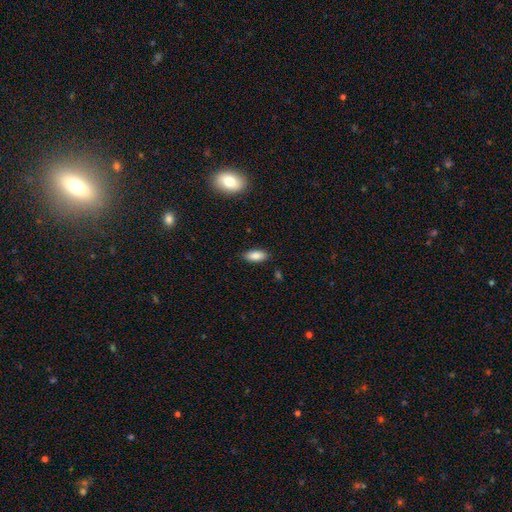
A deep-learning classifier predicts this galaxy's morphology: smooth 86%, star or artifact 7%, featured or disk 7%. Down the decision tree: how rounded — in between (87%); merging — none (86%).